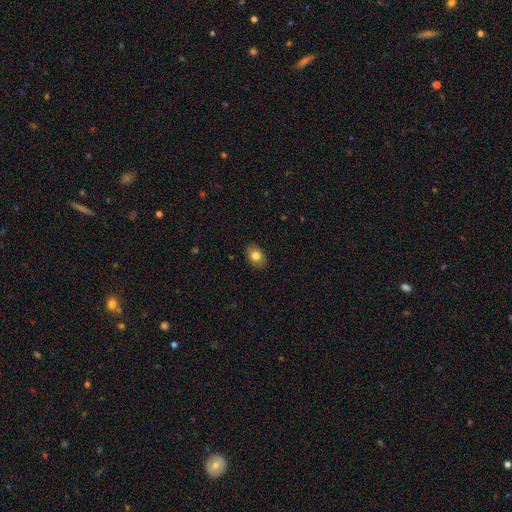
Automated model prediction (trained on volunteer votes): Smooth or featured? smooth (80%)
How rounded? in between (74%)
Merging? none (87%)